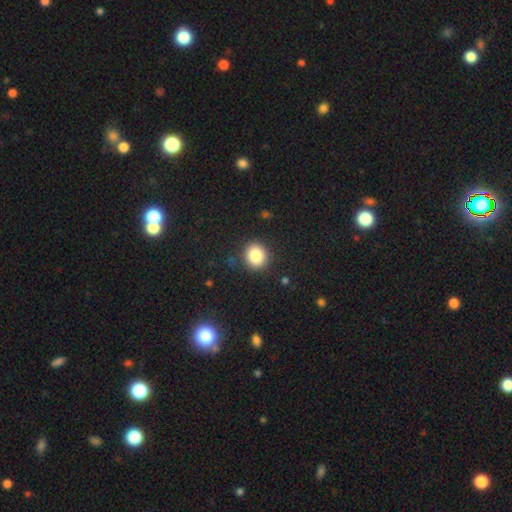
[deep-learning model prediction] smooth 84%, star or artifact 10%, featured or disk 6%. Down the decision tree: how rounded — round (85%); merging — none (89%).